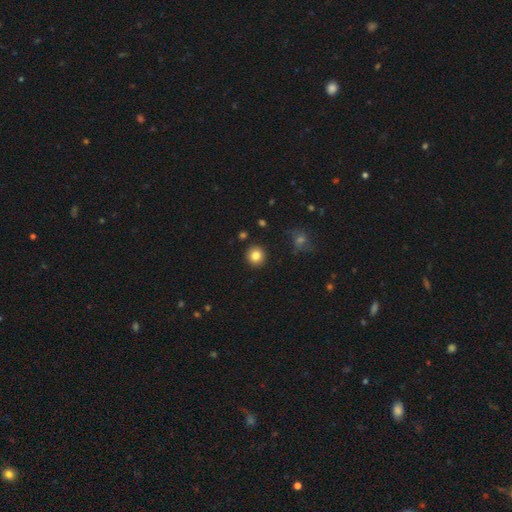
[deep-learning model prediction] The model was most divided on "smooth or featured": smooth: 83%, star or artifact: 11%, featured or disk: 7%. More confident: how rounded — round (92%); merging — none (91%).